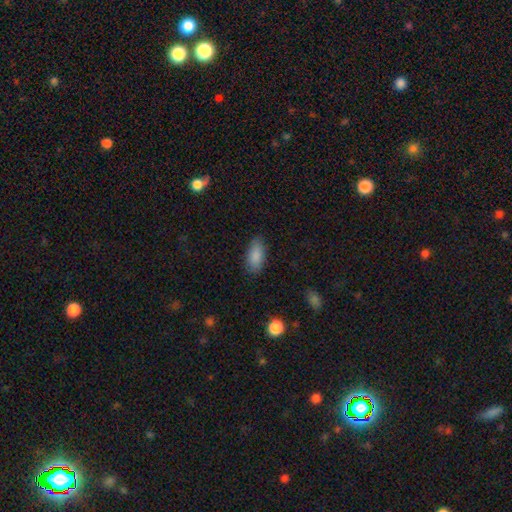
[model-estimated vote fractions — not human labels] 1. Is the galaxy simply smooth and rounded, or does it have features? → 88% smooth, 7% star or artifact, 5% featured or disk.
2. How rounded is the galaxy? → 91% in between, 7% cigar-shaped, 2% round.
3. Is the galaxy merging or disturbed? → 85% none, 11% minor disturbance, 3% major disturbance, 1% merger.